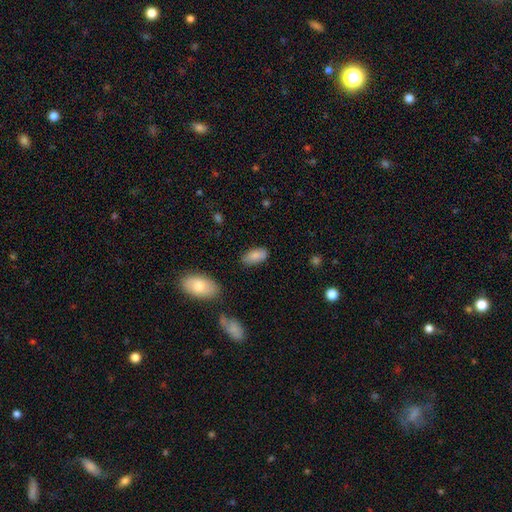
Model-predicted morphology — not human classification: Q: Smooth or featured?
A: smooth (83%); runner-up: featured or disk (9%)
Q: How rounded?
A: in between (92%); runner-up: cigar-shaped (6%)
Q: Merging?
A: none (82%); runner-up: minor disturbance (13%)